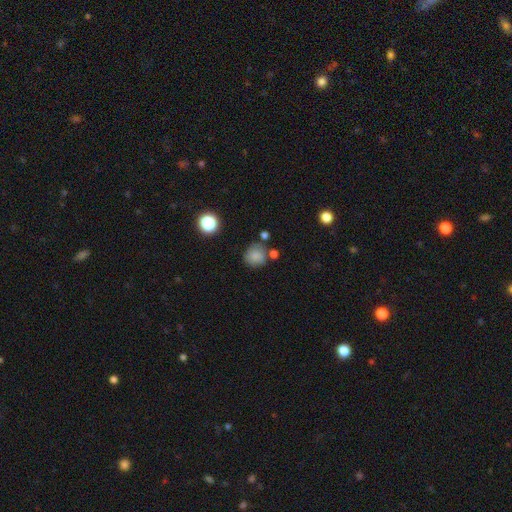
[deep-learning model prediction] A smooth galaxy with no disk features (81%) that is round (86%).

Vote fractions:
- Smooth or featured? smooth: 81% / star or artifact: 12% / featured or disk: 7%
- How rounded? round: 86% / in between: 13% / cigar-shaped: 1%
- Merging? none: 69% / minor disturbance: 17% / merger: 9% / major disturbance: 5%